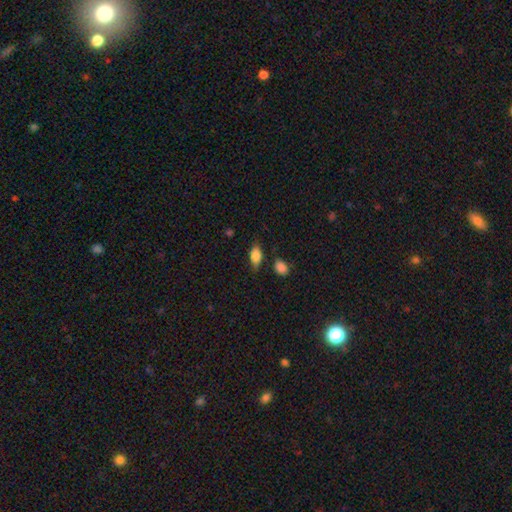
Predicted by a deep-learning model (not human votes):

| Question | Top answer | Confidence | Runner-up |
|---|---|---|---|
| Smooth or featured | smooth | 78% | featured or disk (14%) |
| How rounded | in between | 85% | cigar-shaped (8%) |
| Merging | none | 72% | minor disturbance (20%) |